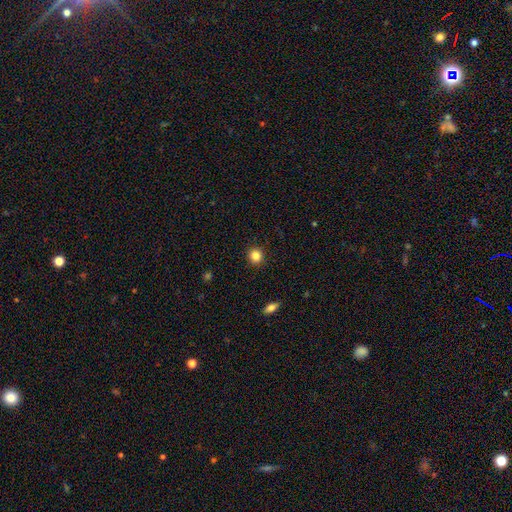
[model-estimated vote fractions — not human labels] A smooth galaxy with no disk features (84%) that is round (91%). Merging: none (92%).